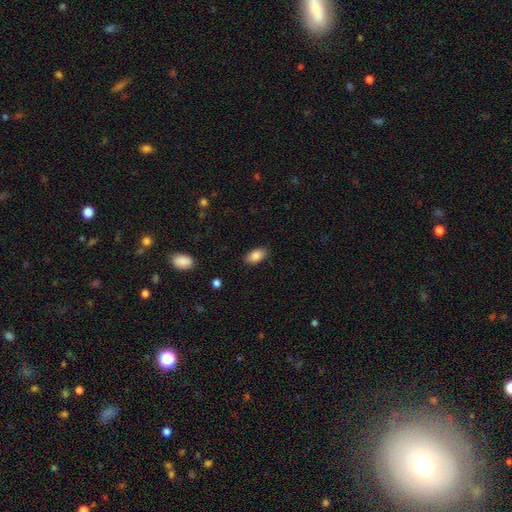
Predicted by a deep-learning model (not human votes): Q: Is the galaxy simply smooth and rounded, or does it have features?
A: smooth — 86%.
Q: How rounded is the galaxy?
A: in between — 92%.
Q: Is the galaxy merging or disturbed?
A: none — 87%.